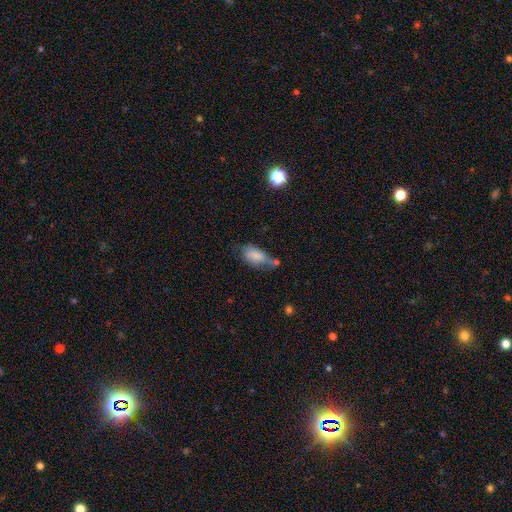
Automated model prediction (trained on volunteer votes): Q: Smooth or featured?
A: smooth (71%); runner-up: featured or disk (19%)
Q: How rounded?
A: in between (87%); runner-up: cigar-shaped (8%)
Q: Merging?
A: none (30%); tied with: minor disturbance (30%)